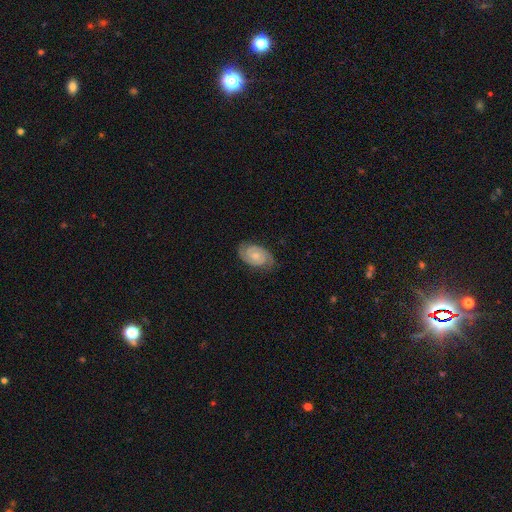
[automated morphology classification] smooth_or_featured: featured or disk (p=0.79) [alt: smooth p=0.15]
disk_edge_on: no (p=0.97) [alt: yes p=0.03]
bar: no (p=0.63) [alt: weak p=0.32]
has_spiral_arms: yes (p=0.96) [alt: no p=0.04]
spiral_winding: tight (p=0.60) [alt: medium p=0.33]
spiral_arm_count: 2 (p=0.88) [alt: can't tell p=0.06]
bulge_size: small (p=0.53) [alt: moderate p=0.34]
merging: none (p=0.80) [alt: minor disturbance p=0.15]